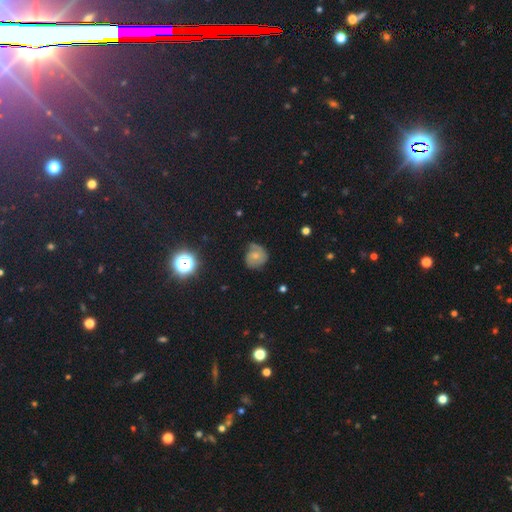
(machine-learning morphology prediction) Smooth or featured: featured or disk — 50% (smooth — 37%)
Merging: none — 58% (minor disturbance — 29%)